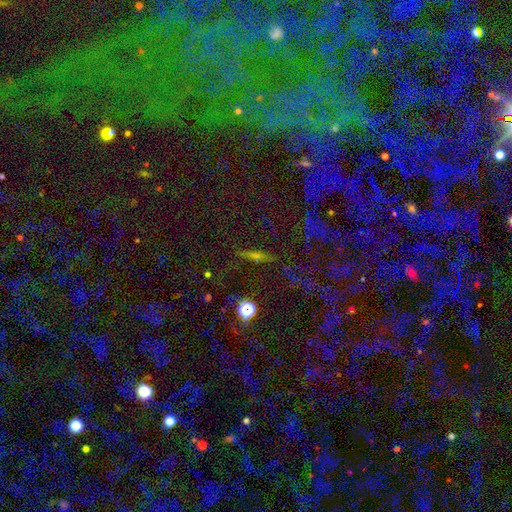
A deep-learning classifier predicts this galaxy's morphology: smooth-or-featured: star or artifact: 45% | featured or disk: 30% | smooth: 25%